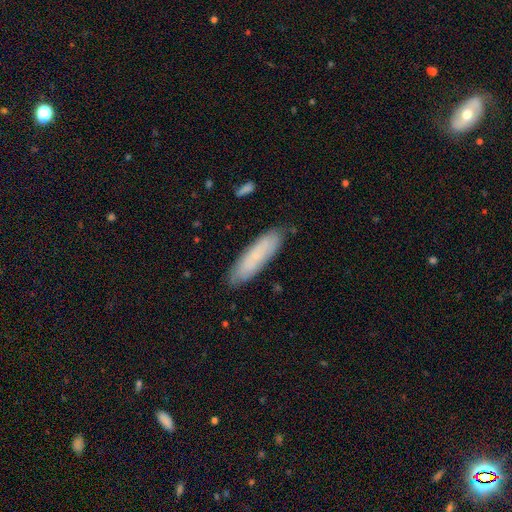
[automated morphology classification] This appears to be a smooth galaxy with no disk features (72%) that is cigar-shaped (67%). Merging: none (85%).